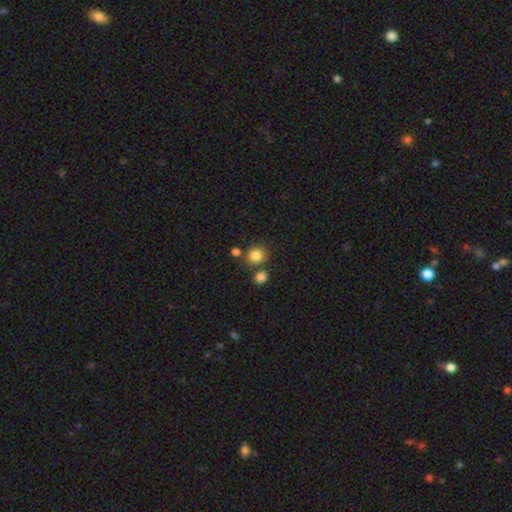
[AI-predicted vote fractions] Smooth or featured: smooth — 83% (star or artifact — 11%)
How rounded: round — 80% (in between — 19%)
Merging: none — 69% (merger — 16%)